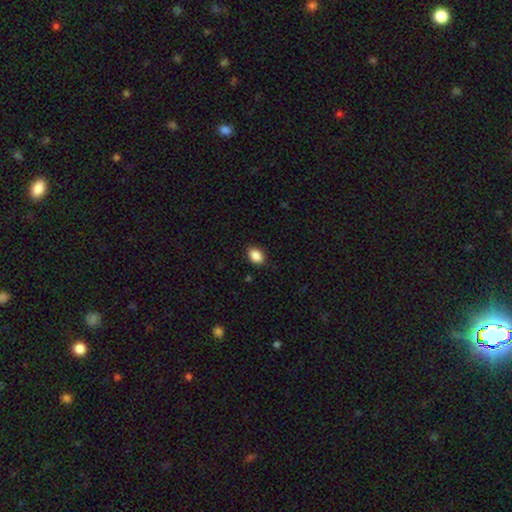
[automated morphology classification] Smooth or featured? Predicted: smooth (p=0.88). How rounded? Predicted: in between (p=0.78). Merging? Predicted: none (p=0.87).